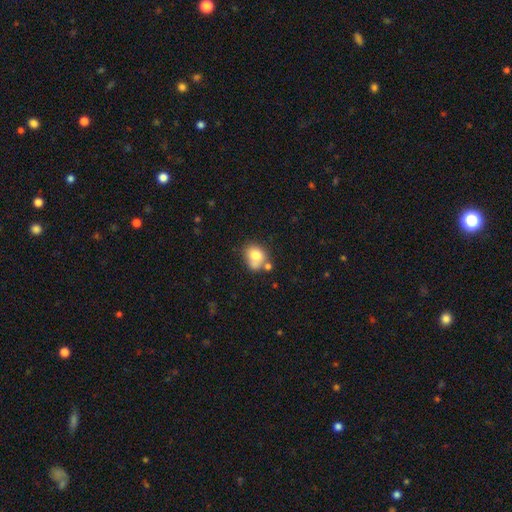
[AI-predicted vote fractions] smooth_or_featured: smooth (p=0.74) [alt: featured or disk p=0.16]
how_rounded: round (p=0.56) [alt: in between p=0.43]
merging: none (p=0.43) [alt: merger p=0.28]